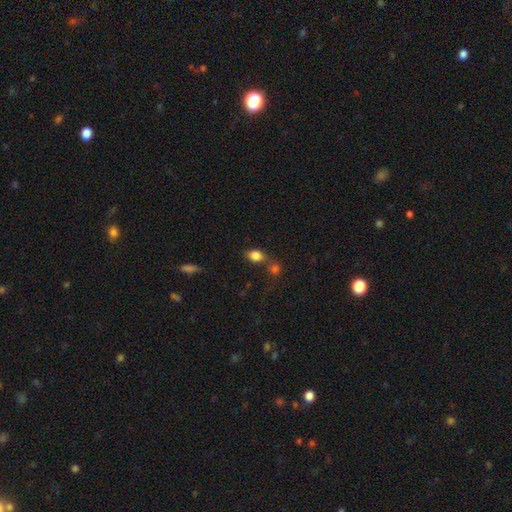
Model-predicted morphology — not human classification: Smooth or featured?
  - smooth: 83% *
  - star or artifact: 10%
  - featured or disk: 6%
How rounded?
  - in between: 72% *
  - round: 26%
  - cigar-shaped: 2%
Merging?
  - none: 55% *
  - merger: 25%
  - minor disturbance: 15%
  - major disturbance: 6%